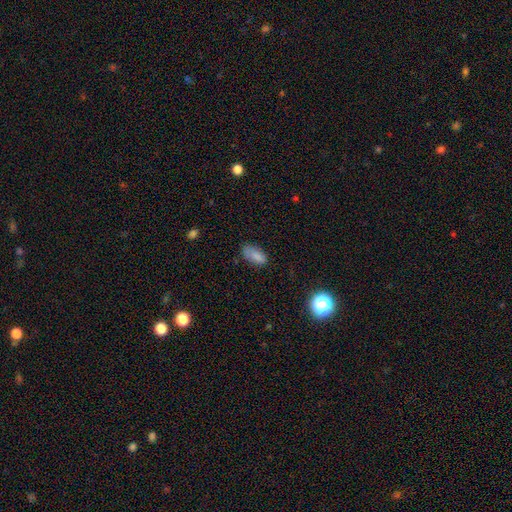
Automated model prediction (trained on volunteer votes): This is clearly a smooth galaxy (83%). How rounded: clearly in between (90%). Merging: likely none (66%).